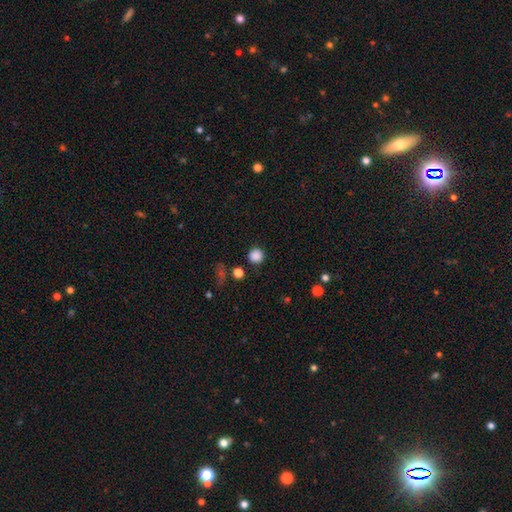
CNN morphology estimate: Overall: smooth (86%). How rounded: round (94%). Merging: none (88%).